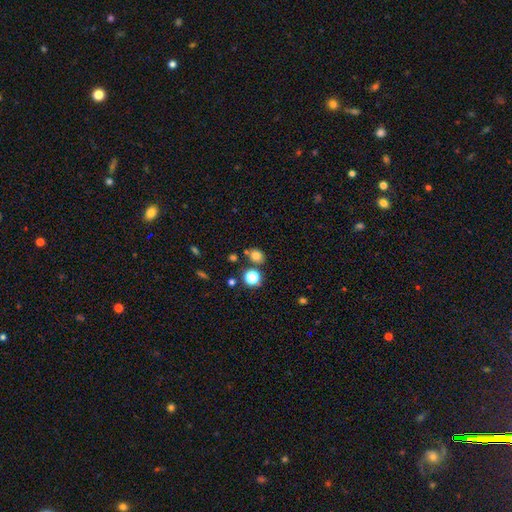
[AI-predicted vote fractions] The model was most divided on "how rounded": round: 72%, in between: 27%, cigar-shaped: 1%. More confident: smooth or featured — smooth (78%); merging — none (73%).